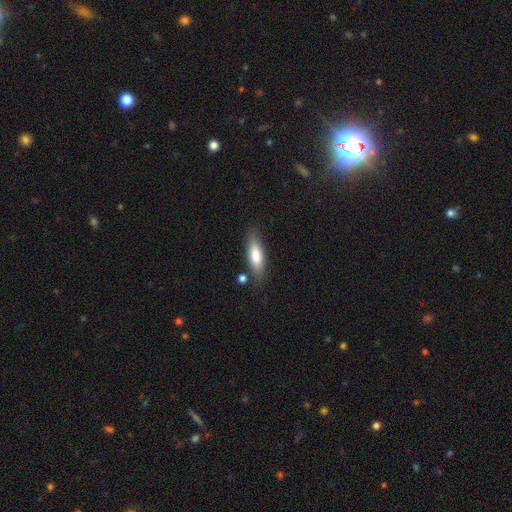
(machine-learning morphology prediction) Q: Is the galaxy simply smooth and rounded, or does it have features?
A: smooth — 76%.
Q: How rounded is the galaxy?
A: cigar-shaped — 49%, tied with in between.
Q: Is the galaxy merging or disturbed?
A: none — 78%.